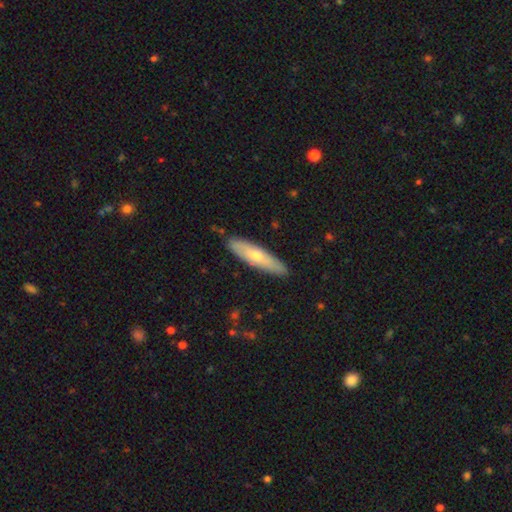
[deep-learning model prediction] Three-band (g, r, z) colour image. It shows a smooth galaxy with no disk features (54%) that is cigar-shaped (71%). Merging: none (87%).